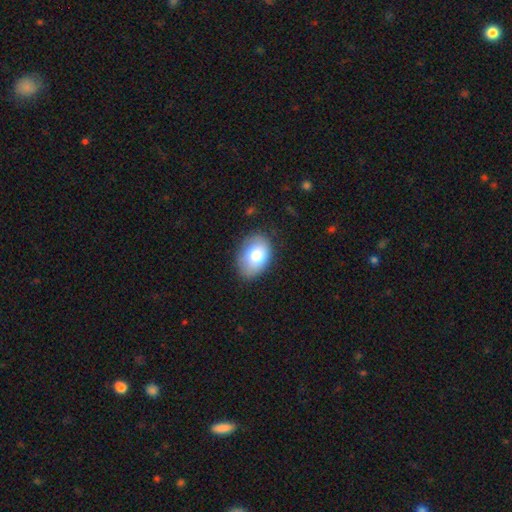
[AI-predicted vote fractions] Smooth or featured: smooth — 76% (featured or disk — 16%)
How rounded: in between — 79% (round — 20%)
Merging: none — 80% (minor disturbance — 16%)